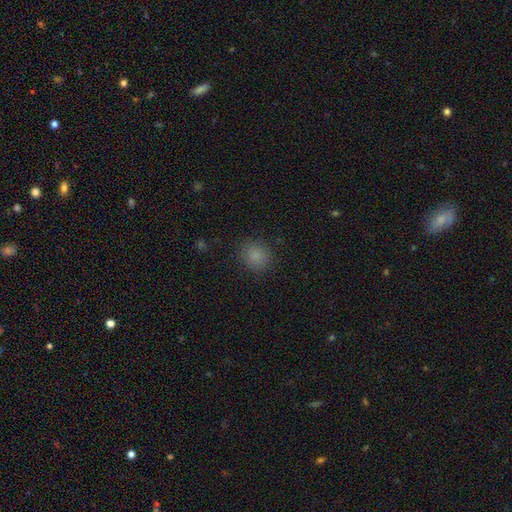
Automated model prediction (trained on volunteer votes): smooth-or-featured: smooth: 84% | star or artifact: 13% | featured or disk: 4%
  how-rounded: round: 77% | in between: 22% | cigar-shaped: 1%
  merging: none: 87% | minor disturbance: 9% | major disturbance: 3% | merger: 1%